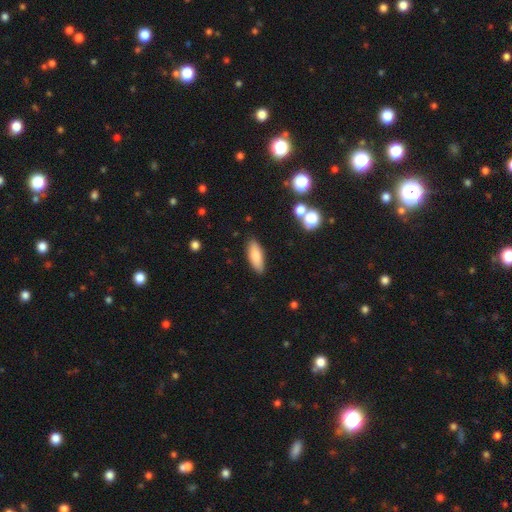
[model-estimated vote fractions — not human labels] This is clearly a smooth galaxy (82%). How rounded: likely in between (68%). Merging: clearly none (86%).